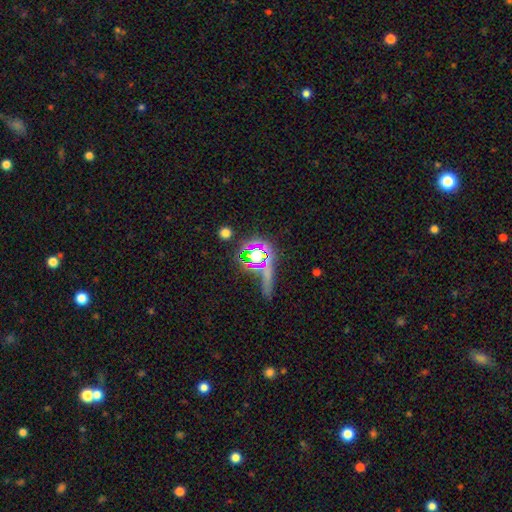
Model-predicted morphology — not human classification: This is possibly a star or artifact rather than a galaxy (55%).